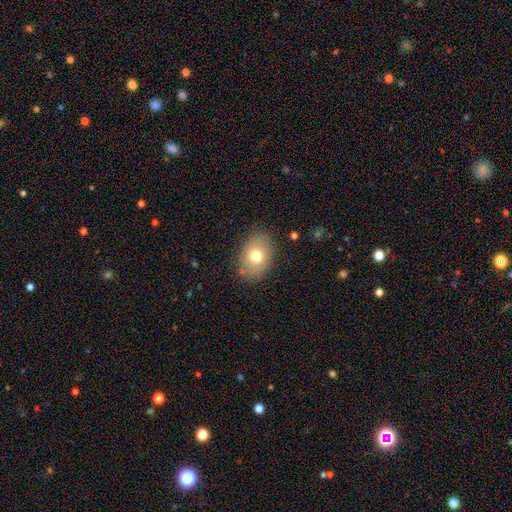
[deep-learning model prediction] A smooth galaxy with no disk features (72%) that is in between round and cigar-shaped (78%).

Vote fractions:
- Smooth or featured? smooth: 72% / featured or disk: 19% / star or artifact: 9%
- How rounded? in between: 78% / round: 21% / cigar-shaped: 1%
- Merging? none: 82% / minor disturbance: 13% / major disturbance: 4% / merger: 2%